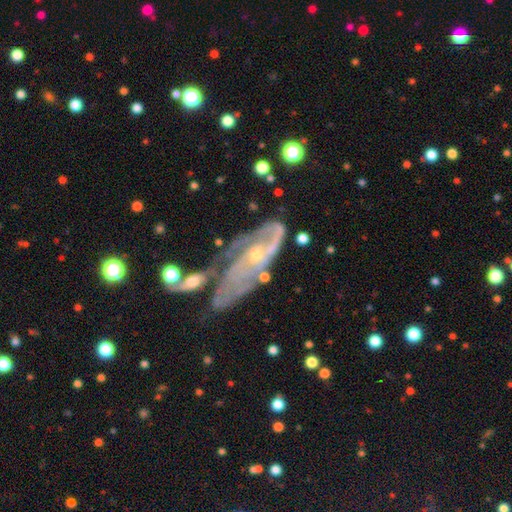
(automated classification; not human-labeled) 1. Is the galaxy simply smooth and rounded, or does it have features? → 82% featured or disk, 10% smooth, 8% star or artifact.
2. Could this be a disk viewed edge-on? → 90% no, 10% yes.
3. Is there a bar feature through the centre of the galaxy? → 69% no, 24% weak, 7% strong.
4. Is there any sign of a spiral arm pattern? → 88% yes, 12% no.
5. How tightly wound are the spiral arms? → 45% tight, 37% medium, 18% loose.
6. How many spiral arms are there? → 36% 2, 35% can't tell, 12% 3, 9% 1, 5% 4, 4% more than 4.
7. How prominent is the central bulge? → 74% small, 20% moderate, 4% none, 1% large, 1% dominant.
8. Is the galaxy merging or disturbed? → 35% none, 26% major disturbance, 24% minor disturbance, 14% merger.